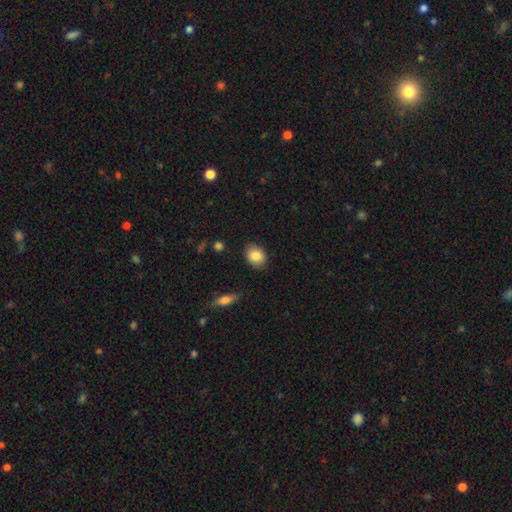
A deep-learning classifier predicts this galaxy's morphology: Smooth or featured? Predicted: smooth (p=0.85). How rounded? Predicted: in between (p=0.60). Merging? Predicted: none (p=0.84).